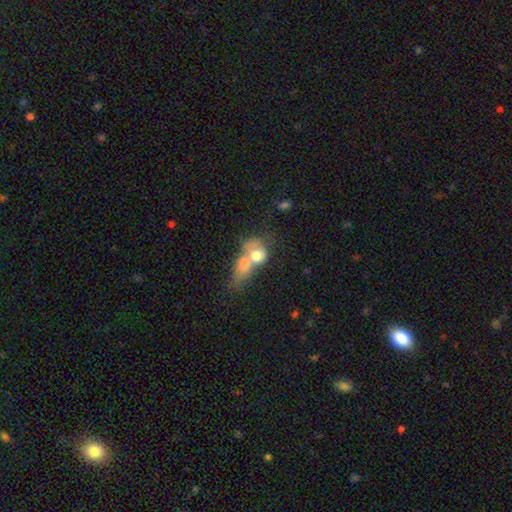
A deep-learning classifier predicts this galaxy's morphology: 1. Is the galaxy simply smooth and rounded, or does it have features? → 67% smooth, 25% featured or disk, 8% star or artifact.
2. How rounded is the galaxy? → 54% in between, 42% round, 4% cigar-shaped.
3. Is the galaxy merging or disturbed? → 78% merger, 9% none, 8% major disturbance, 5% minor disturbance.